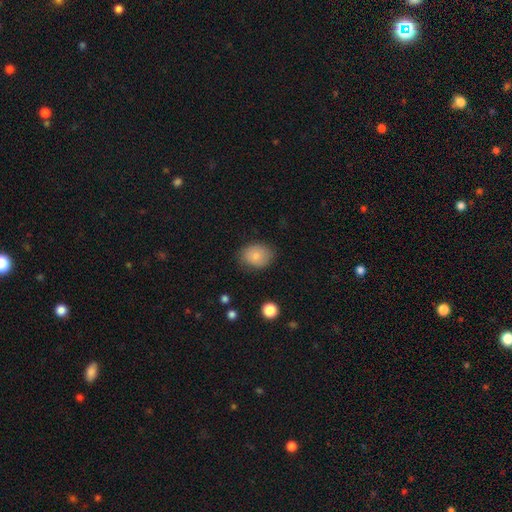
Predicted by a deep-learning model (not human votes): Smooth or featured?
  - smooth: 82% *
  - featured or disk: 10%
  - star or artifact: 8%
How rounded?
  - in between: 59% *
  - round: 40%
  - cigar-shaped: 1%
Merging?
  - none: 77% *
  - minor disturbance: 17%
  - major disturbance: 4%
  - merger: 1%